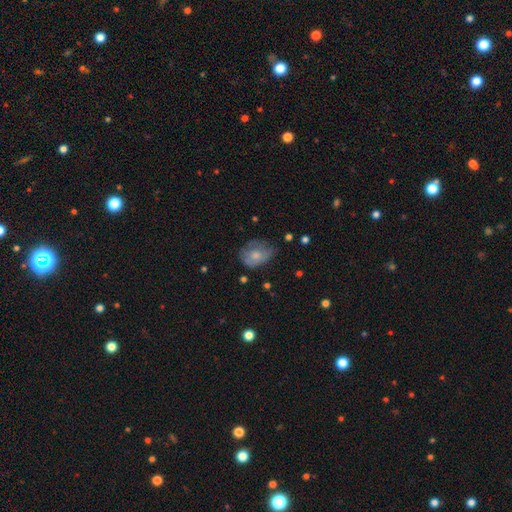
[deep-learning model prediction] smooth-or-featured: smooth: 61% | featured or disk: 31% | star or artifact: 8%
  how-rounded: in between: 57% | round: 42% | cigar-shaped: 1%
  merging: none: 41% | minor disturbance: 36% | major disturbance: 21% | merger: 2%